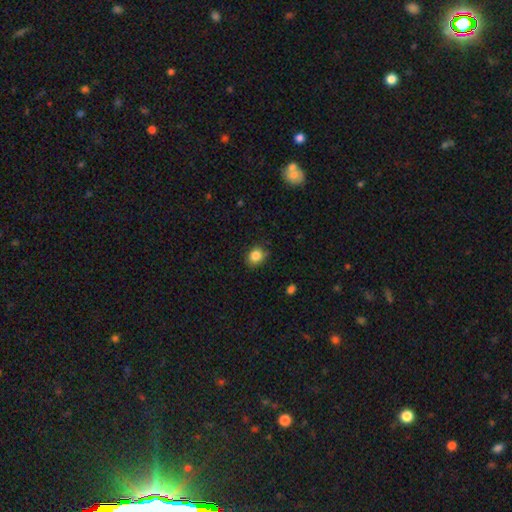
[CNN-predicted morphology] Smooth or featured? smooth (86%)
How rounded? round (64%)
Merging? none (81%)